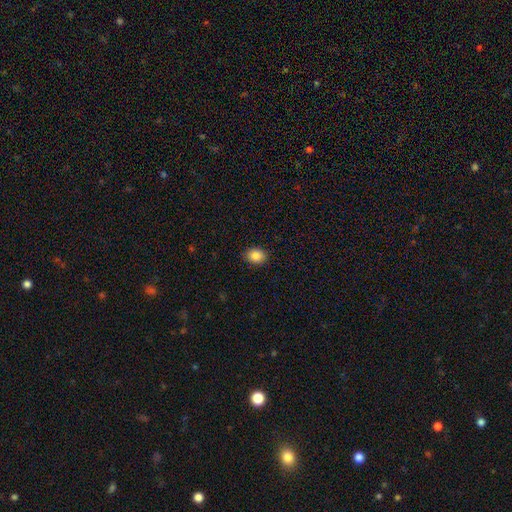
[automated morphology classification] type=smooth (86%); roundness=in between (55%); merging=none (89%).